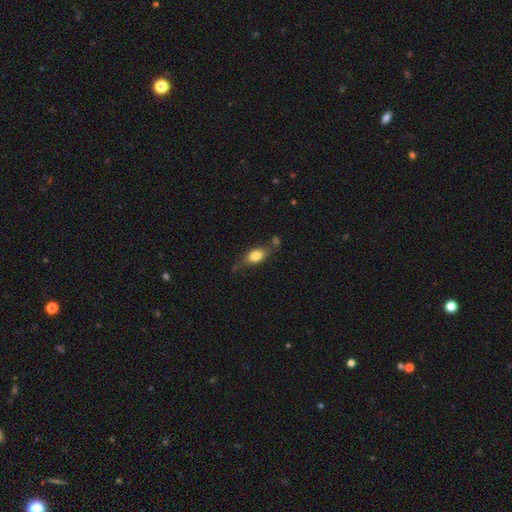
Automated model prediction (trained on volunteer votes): A smooth galaxy with no disk features (78%) that is in between round and cigar-shaped (84%). Merging: none (65%).